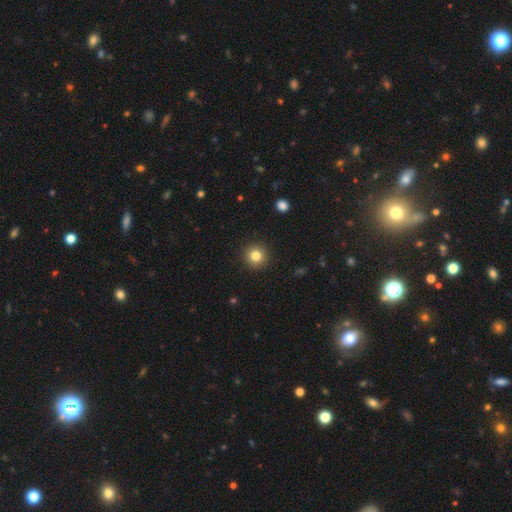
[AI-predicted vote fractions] A smooth galaxy with no disk features (82%) that is round (95%). Merging: none (92%).